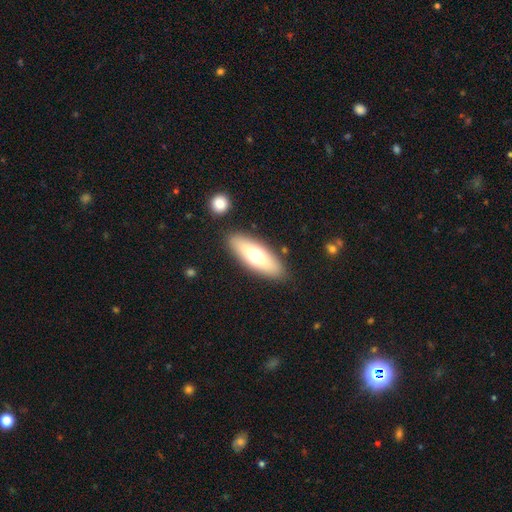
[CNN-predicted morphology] A smooth galaxy with no disk features (64%) that is in between round and cigar-shaped (65%). Merging: none (86%).